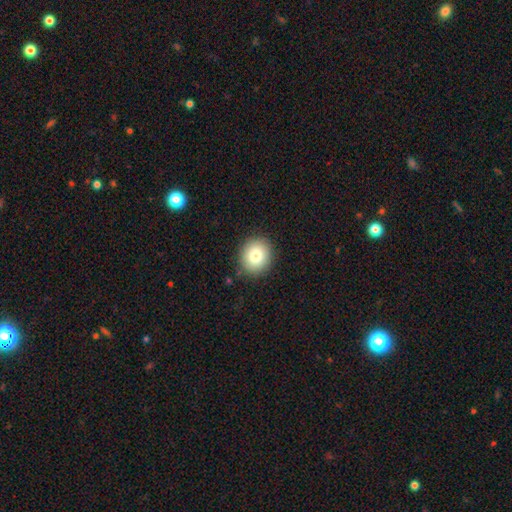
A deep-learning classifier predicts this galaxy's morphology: Smooth or featured: smooth — 80% (featured or disk — 10%)
How rounded: round — 78% (in between — 21%)
Merging: none — 88% (minor disturbance — 8%)